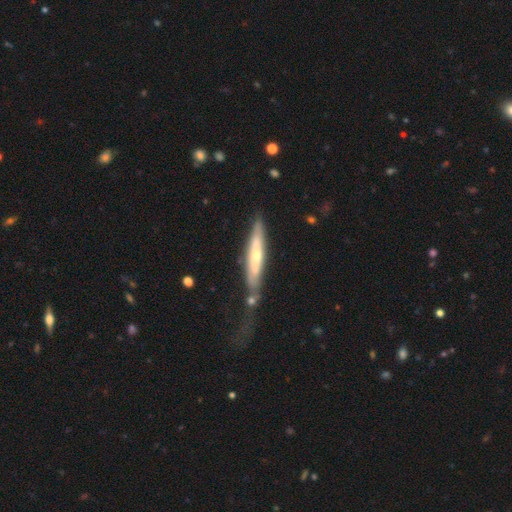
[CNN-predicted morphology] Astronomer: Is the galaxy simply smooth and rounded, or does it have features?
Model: featured or disk — 52% (runner-up: smooth, 42%).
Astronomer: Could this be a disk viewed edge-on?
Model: yes — 79%.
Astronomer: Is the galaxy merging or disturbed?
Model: none — 56%.